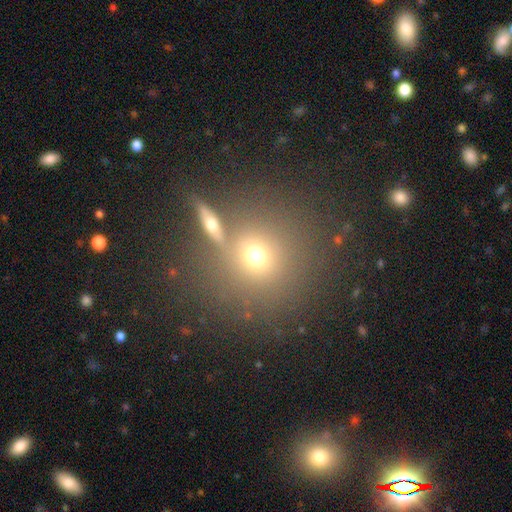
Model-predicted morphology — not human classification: Smooth or featured? smooth (64%)
How rounded? round (85%)
Merging? none (68%)